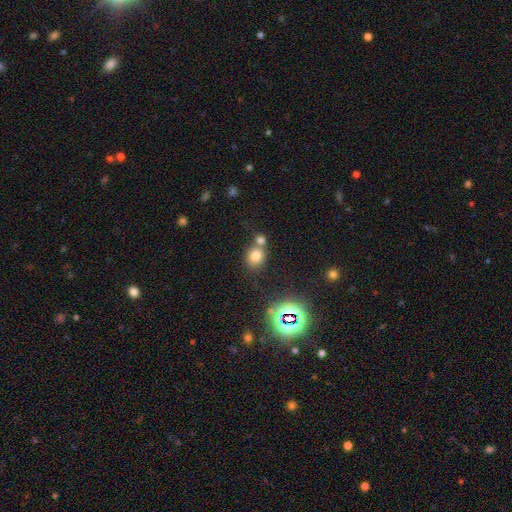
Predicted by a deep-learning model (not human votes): smooth-or-featured: smooth: 75% | star or artifact: 17% | featured or disk: 9%
  how-rounded: round: 72% | in between: 27% | cigar-shaped: 1%
  merging: none: 52% | merger: 35% | minor disturbance: 9% | major disturbance: 4%